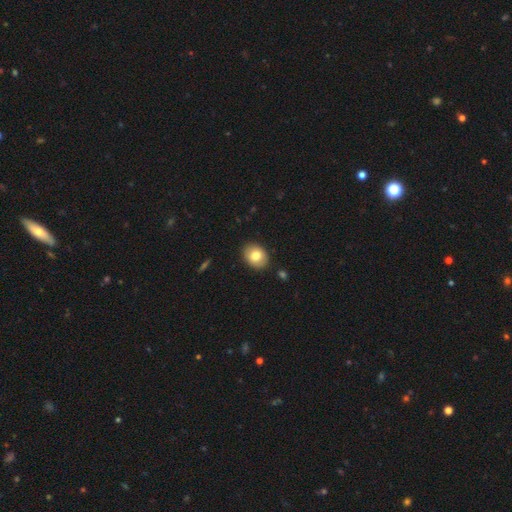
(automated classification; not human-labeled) smooth 80%, featured or disk 12%, star or artifact 8%. Down the decision tree: how rounded — in between (62%); merging — none (88%).